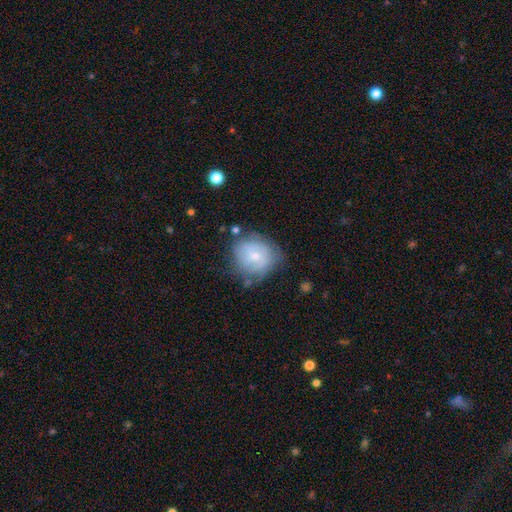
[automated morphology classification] A featured or disk galaxy (46%, tied with smooth). Merging: none (56%).